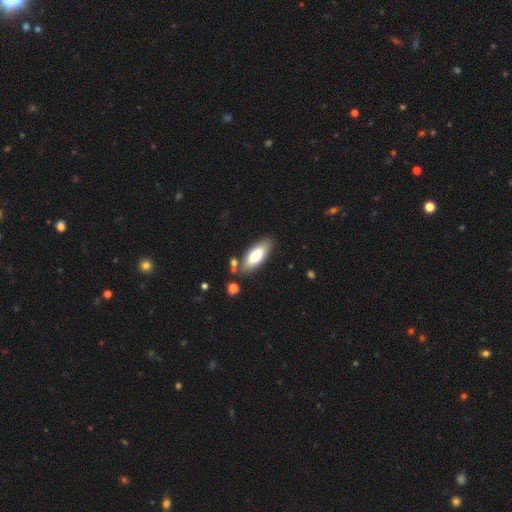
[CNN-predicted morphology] A smooth galaxy with no disk features (75%) that is in between round and cigar-shaped (74%).

Vote fractions:
- Smooth or featured? smooth: 75% / featured or disk: 19% / star or artifact: 6%
- How rounded? in between: 74% / cigar-shaped: 24% / round: 2%
- Merging? none: 78% / minor disturbance: 13% / merger: 6% / major disturbance: 3%